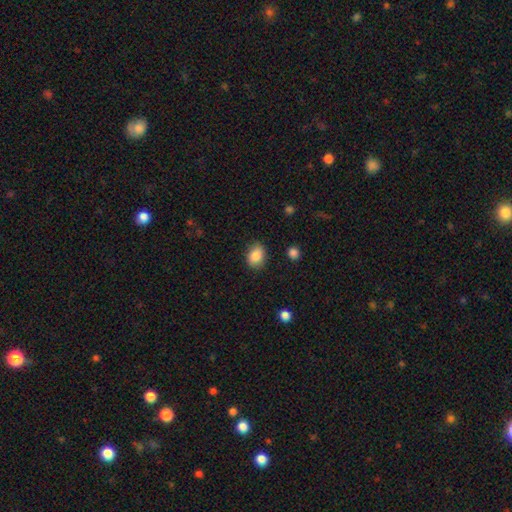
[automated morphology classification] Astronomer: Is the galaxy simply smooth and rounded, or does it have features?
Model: smooth — 86%.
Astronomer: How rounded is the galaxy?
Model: in between — 62%.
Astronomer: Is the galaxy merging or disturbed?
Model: none — 81%.